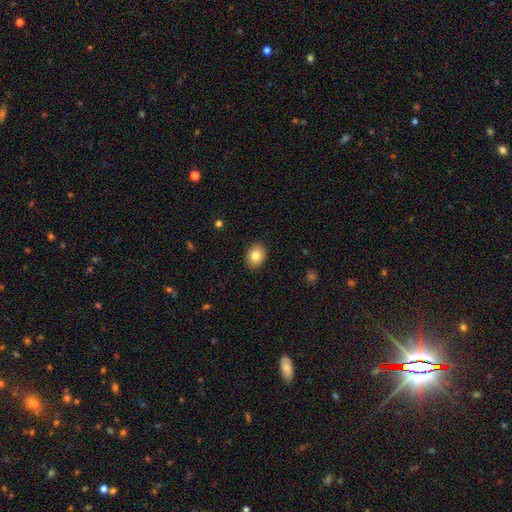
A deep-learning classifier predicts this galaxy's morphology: type=smooth (82%); roundness=in between (53%); merging=none (91%).